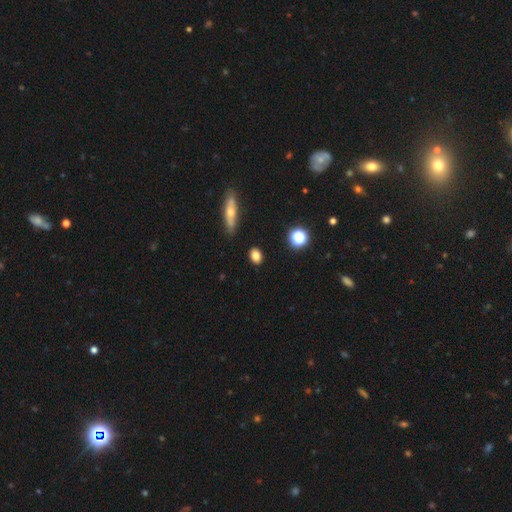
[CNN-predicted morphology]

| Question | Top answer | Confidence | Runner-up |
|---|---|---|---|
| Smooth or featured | smooth | 80% | star or artifact (11%) |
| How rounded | in between | 65% | round (31%) |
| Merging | none | 88% | minor disturbance (9%) |